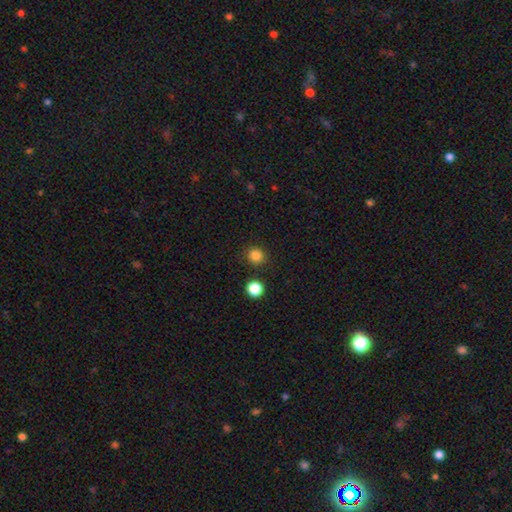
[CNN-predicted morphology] Smooth or featured?
  - smooth: 83% *
  - star or artifact: 13%
  - featured or disk: 4%
How rounded?
  - round: 90% *
  - in between: 9%
  - cigar-shaped: 1%
Merging?
  - none: 88% *
  - minor disturbance: 6%
  - merger: 3%
  - major disturbance: 2%